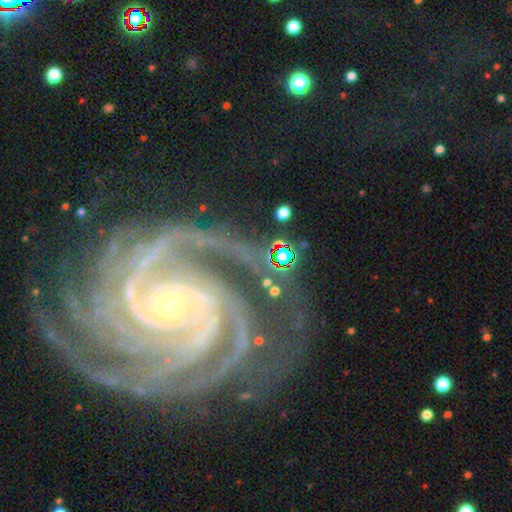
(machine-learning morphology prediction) Smooth or featured? featured or disk (91%)
Edge-on disk? no (98%)
Bar? no (61%)
Spiral arms? yes (99%)
Spiral winding? tight (75%)
Spiral arm count? 3 (24%, tied with 4)
Bulge size? small (83%)
Merging? none (71%)